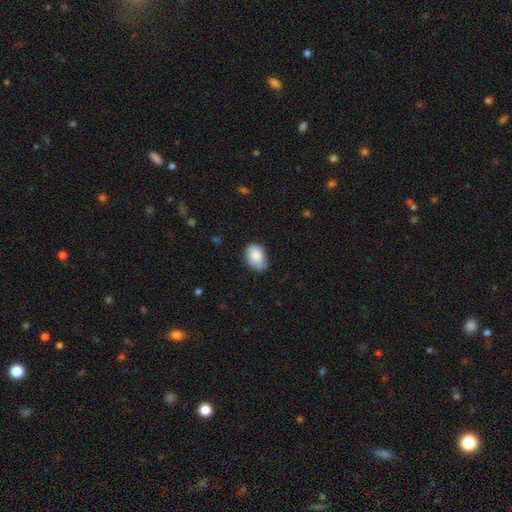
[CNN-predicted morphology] smooth_or_featured: smooth (p=0.82) [alt: featured or disk p=0.11]
how_rounded: in between (p=0.82) [alt: round p=0.17]
merging: none (p=0.56) [alt: minor disturbance p=0.34]